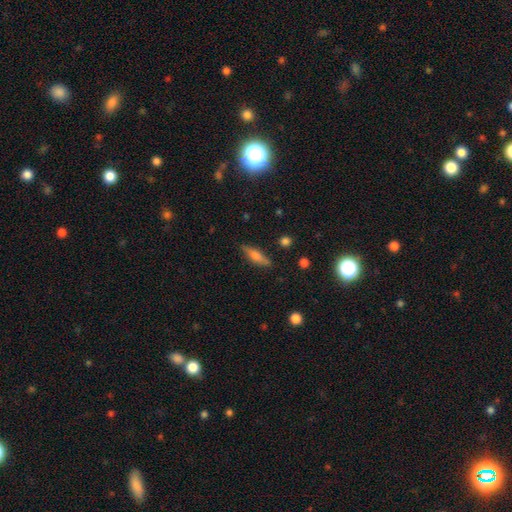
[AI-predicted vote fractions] smooth-or-featured: smooth: 46% | featured or disk: 45% | star or artifact: 9%
  merging: none: 86% | minor disturbance: 10% | major disturbance: 2% | merger: 2%